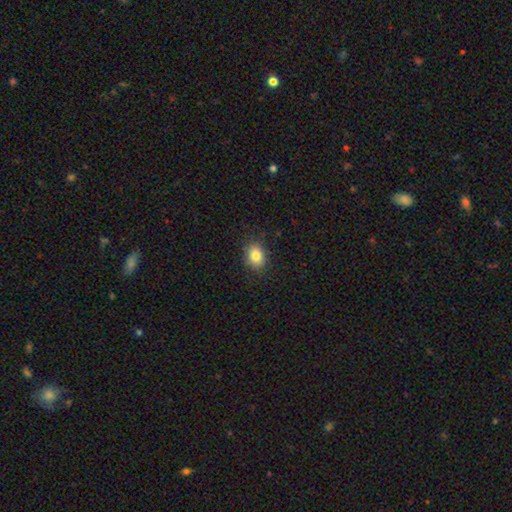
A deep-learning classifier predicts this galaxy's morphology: smooth_or_featured: smooth (p=0.83) [alt: star or artifact p=0.10]
how_rounded: in between (p=0.63) [alt: round p=0.36]
merging: none (p=0.85) [alt: minor disturbance p=0.11]